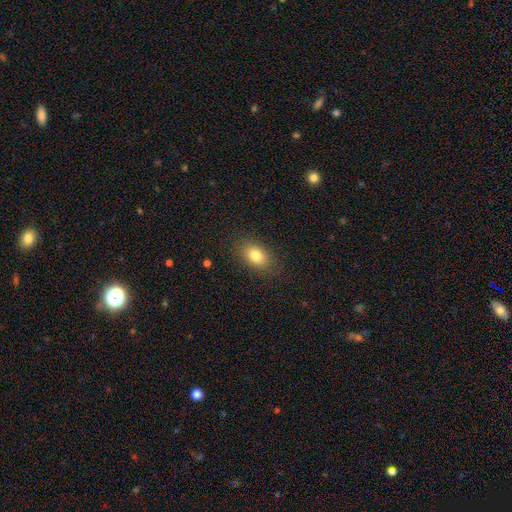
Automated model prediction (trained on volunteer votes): This is clearly a smooth galaxy (82%). How rounded: clearly in between (85%). Merging: clearly none (85%).